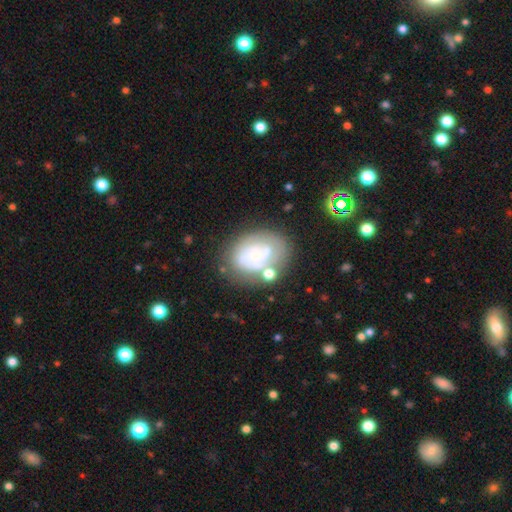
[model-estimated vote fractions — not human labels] This appears to be a featured or disk galaxy (49%). Merging: none (51%).